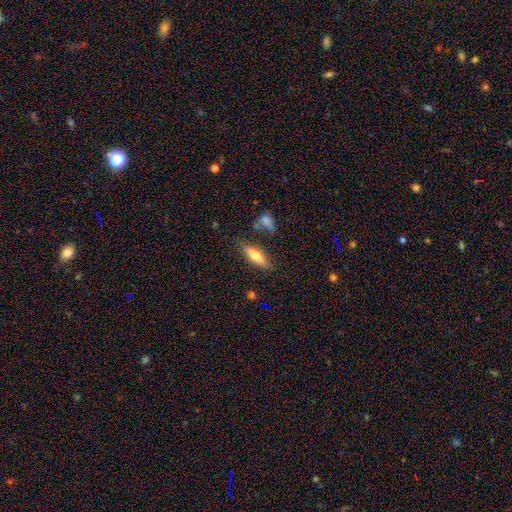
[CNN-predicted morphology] smooth-or-featured: smooth: 69% | featured or disk: 24% | star or artifact: 7%
  how-rounded: in between: 49% (tied) | cigar-shaped: 49% (tied) | round: 2%
  merging: none: 75% | minor disturbance: 14% | merger: 6% | major disturbance: 4%